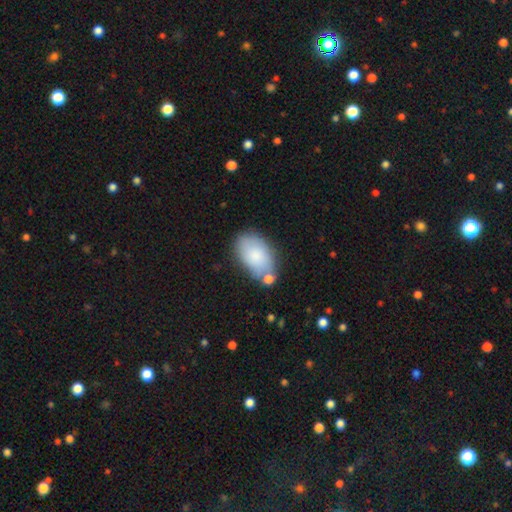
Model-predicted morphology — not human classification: Smooth or featured?
  - smooth: 80% *
  - featured or disk: 14%
  - star or artifact: 7%
How rounded?
  - in between: 93% *
  - round: 5%
  - cigar-shaped: 1%
Merging?
  - none: 66% *
  - minor disturbance: 19%
  - merger: 10%
  - major disturbance: 5%